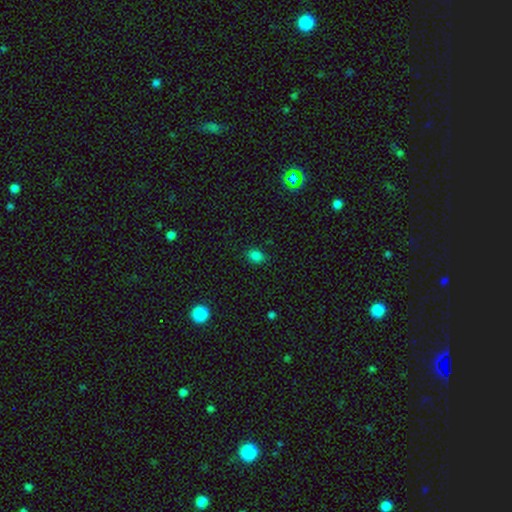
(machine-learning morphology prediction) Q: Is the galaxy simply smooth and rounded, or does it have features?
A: smooth — 81%.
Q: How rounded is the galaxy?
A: in between — 64%.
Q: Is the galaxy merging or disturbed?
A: none — 83%.